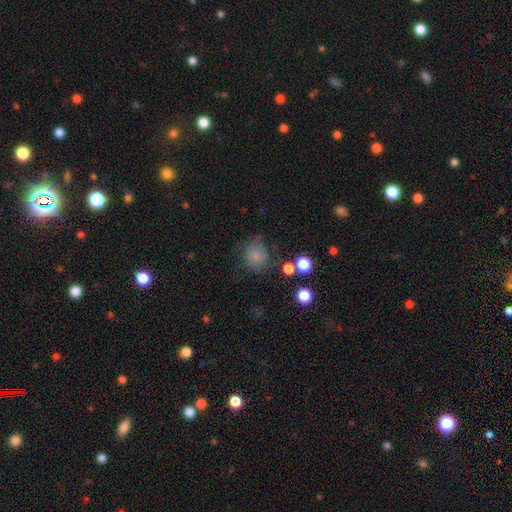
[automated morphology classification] This is likely a smooth galaxy (76%). How rounded: likely round (79%). Merging: possibly none (60%).